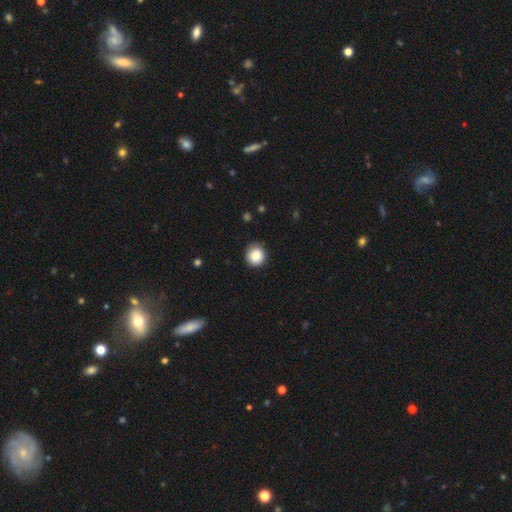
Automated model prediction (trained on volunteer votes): This appears to be a smooth galaxy with no disk features (85%) that is round (91%). Merging: none (88%).